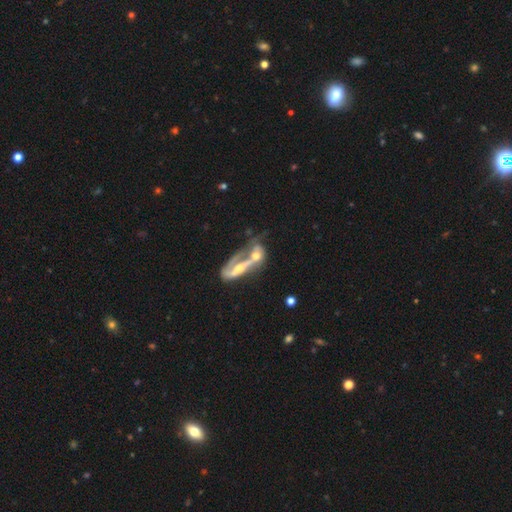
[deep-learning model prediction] smooth_or_featured: featured or disk (p=0.60) [alt: smooth p=0.32]
disk_edge_on: no (p=0.85) [alt: yes p=0.15]
bar: no (p=0.58) [alt: weak p=0.26]
has_spiral_arms: yes (p=0.58) [alt: no p=0.42]
bulge_size: moderate (p=0.51) [alt: small p=0.21]
merging: merger (p=0.75) [alt: major disturbance p=0.11]